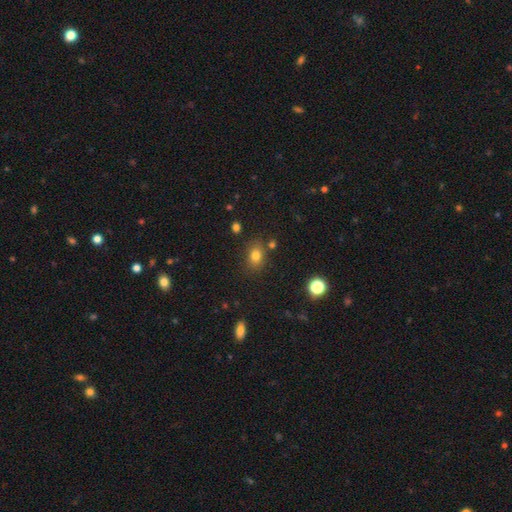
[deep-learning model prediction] Smooth or featured? smooth (78%)
How rounded? in between (57%)
Merging? none (79%)